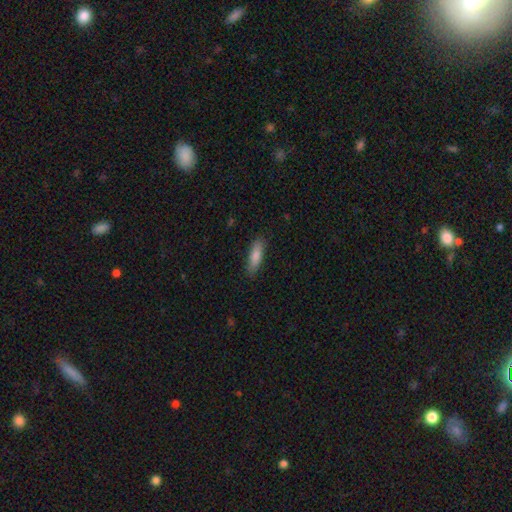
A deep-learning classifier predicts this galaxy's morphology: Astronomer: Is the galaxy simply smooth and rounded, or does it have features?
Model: smooth — 83%.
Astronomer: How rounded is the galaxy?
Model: cigar-shaped — 57% (runner-up: in between, 42%).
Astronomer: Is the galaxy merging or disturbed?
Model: none — 86%.